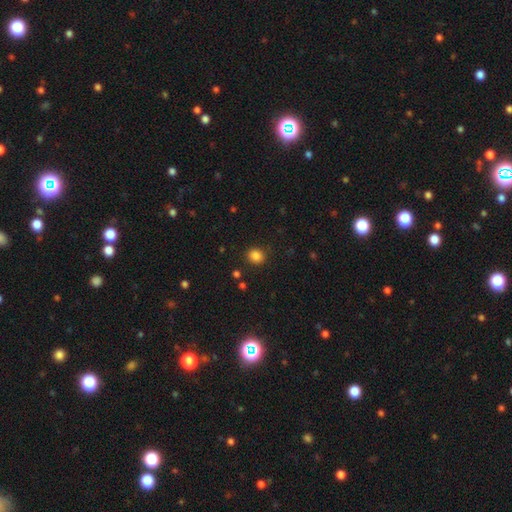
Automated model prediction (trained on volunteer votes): This is clearly a smooth galaxy (85%). How rounded: likely round (73%). Merging: clearly none (87%).